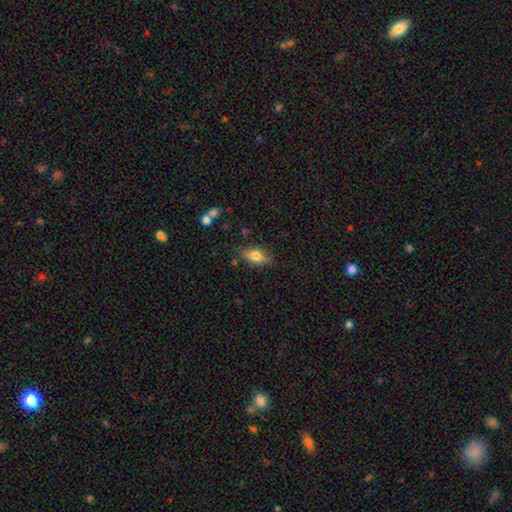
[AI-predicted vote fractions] The model was most divided on "smooth or featured": smooth: 74%, featured or disk: 18%, star or artifact: 8%. More confident: how rounded — in between (83%); merging — none (78%).